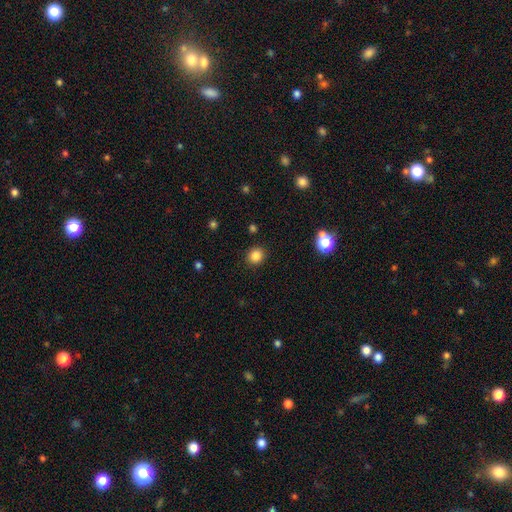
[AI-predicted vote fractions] A smooth galaxy with no disk features (84%) that is round (82%).

Vote fractions:
- Smooth or featured? smooth: 84% / star or artifact: 12% / featured or disk: 4%
- How rounded? round: 82% / in between: 17% / cigar-shaped: 1%
- Merging? none: 90% / minor disturbance: 6% / major disturbance: 2% / merger: 1%